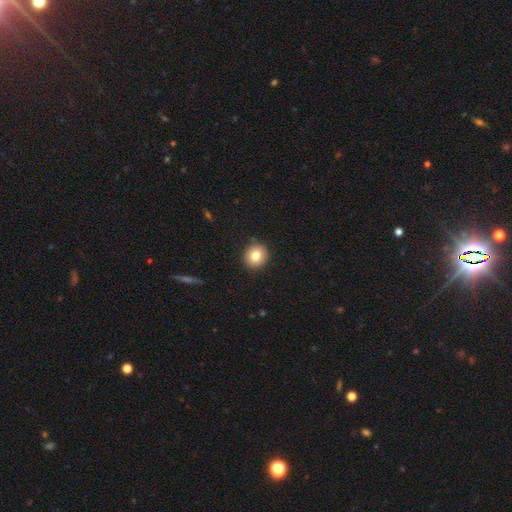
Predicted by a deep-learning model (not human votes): Q: Smooth or featured?
A: smooth (80%); runner-up: star or artifact (10%)
Q: How rounded?
A: round (87%); runner-up: in between (12%)
Q: Merging?
A: none (91%); runner-up: minor disturbance (7%)